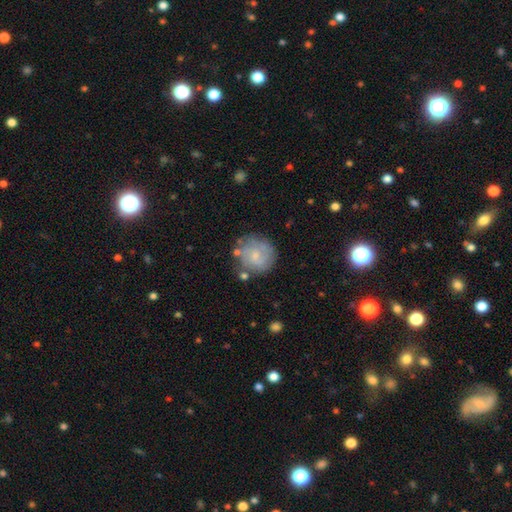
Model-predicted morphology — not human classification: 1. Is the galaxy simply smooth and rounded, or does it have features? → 48% featured or disk, 45% smooth, 8% star or artifact.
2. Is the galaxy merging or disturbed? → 68% none, 19% minor disturbance, 8% major disturbance, 6% merger.